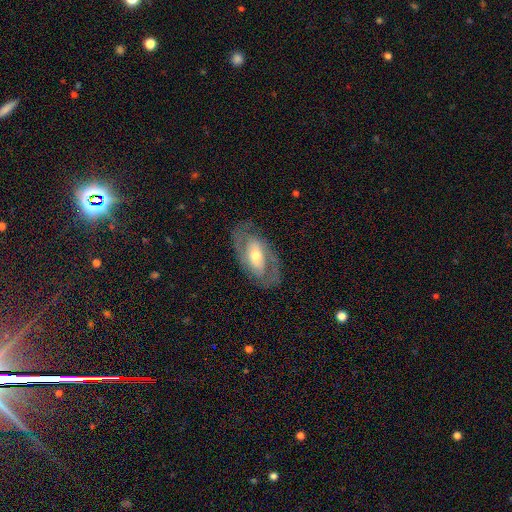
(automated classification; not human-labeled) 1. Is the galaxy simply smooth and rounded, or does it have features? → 79% featured or disk, 16% smooth, 5% star or artifact.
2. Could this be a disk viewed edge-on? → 94% no, 6% yes.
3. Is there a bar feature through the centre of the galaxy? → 37% no, 35% weak, 27% strong.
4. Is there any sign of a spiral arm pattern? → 80% yes, 20% no.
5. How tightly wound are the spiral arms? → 45% medium, 39% tight, 16% loose.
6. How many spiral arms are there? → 84% 2, 10% can't tell, 3% 1, 2% 3, 1% 4, 1% more than 4.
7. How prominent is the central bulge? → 62% moderate, 28% small, 7% large, 1% dominant, 1% none.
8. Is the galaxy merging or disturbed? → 79% none, 13% minor disturbance, 7% major disturbance, 1% merger.